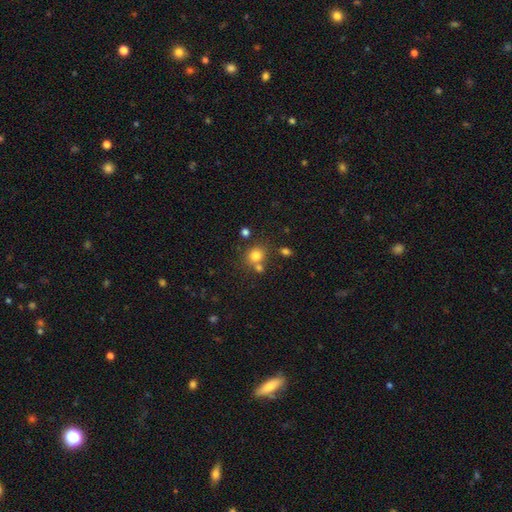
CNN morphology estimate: Smooth or featured: smooth — 79% (star or artifact — 14%)
How rounded: round — 78% (in between — 21%)
Merging: none — 63% (merger — 23%)